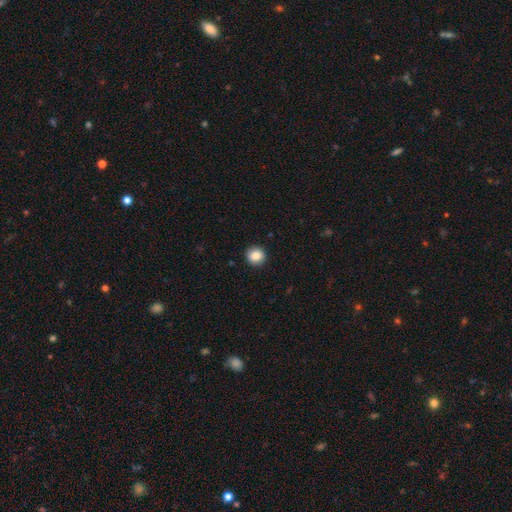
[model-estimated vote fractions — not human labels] smooth 86%, star or artifact 9%, featured or disk 5%. Down the decision tree: how rounded — round (91%); merging — none (92%).